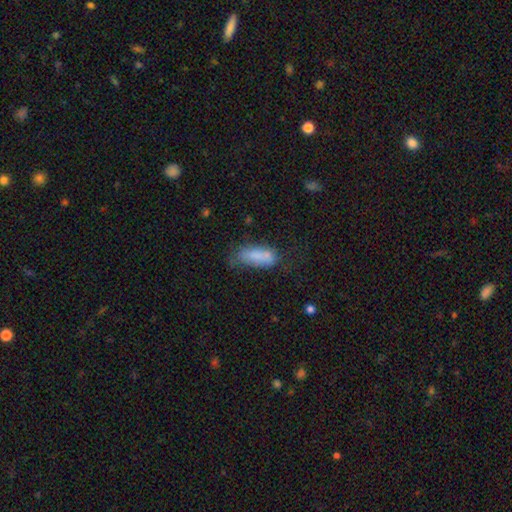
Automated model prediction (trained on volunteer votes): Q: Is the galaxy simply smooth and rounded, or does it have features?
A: smooth — 75%.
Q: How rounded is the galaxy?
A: in between — 81%.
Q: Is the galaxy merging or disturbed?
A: none — 42%.